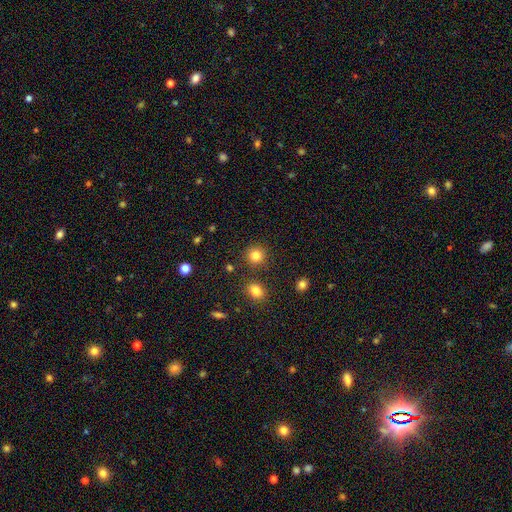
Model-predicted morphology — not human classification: smooth_or_featured: smooth (p=0.83) [alt: star or artifact p=0.12]
how_rounded: round (p=0.91) [alt: in between p=0.08]
merging: none (p=0.87) [alt: minor disturbance p=0.07]